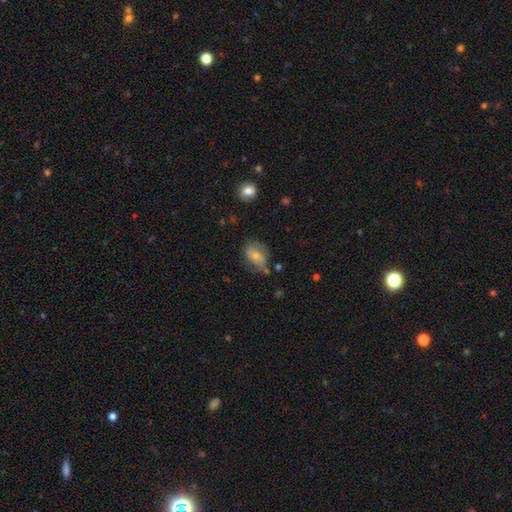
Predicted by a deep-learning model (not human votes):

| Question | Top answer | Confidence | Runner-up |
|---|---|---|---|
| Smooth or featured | smooth | 54% | featured or disk (38%) |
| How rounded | in between | 71% | round (27%) |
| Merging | none | 56% | minor disturbance (29%) |